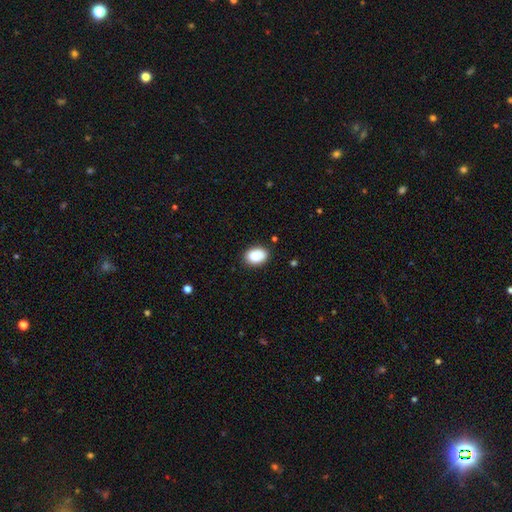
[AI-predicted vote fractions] smooth_or_featured: smooth (p=0.86) [alt: star or artifact p=0.08]
how_rounded: in between (p=0.76) [alt: round p=0.23]
merging: none (p=0.82) [alt: minor disturbance p=0.14]